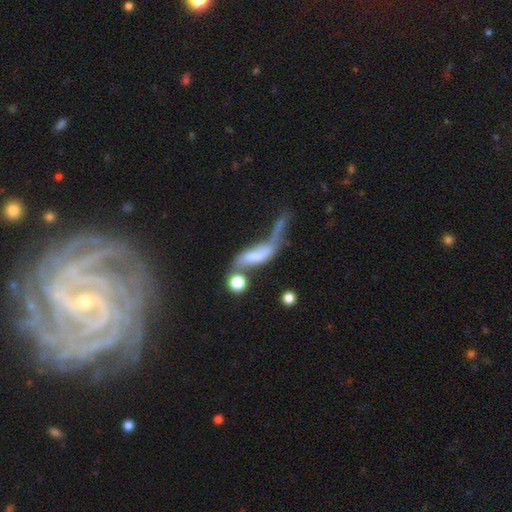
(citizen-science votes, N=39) smooth_or_featured: featured or disk (p=0.62) [alt: smooth p=0.38]
disk_edge_on: no (p=0.79) [alt: yes p=0.21]
bar: no (p=0.47) [alt: strong p=0.32]
has_spiral_arms: yes (p=0.74) [alt: no p=0.26]
spiral_winding: loose (p=0.43) [alt: tight p=0.36]
spiral_arm_count: can't tell (p=0.36) [alt: 2 p=0.29]
bulge_size: small (p=0.47) [alt: none p=0.26]
merging: none (p=0.31) [tied with: major disturbance p=0.31, merger p=0.31]